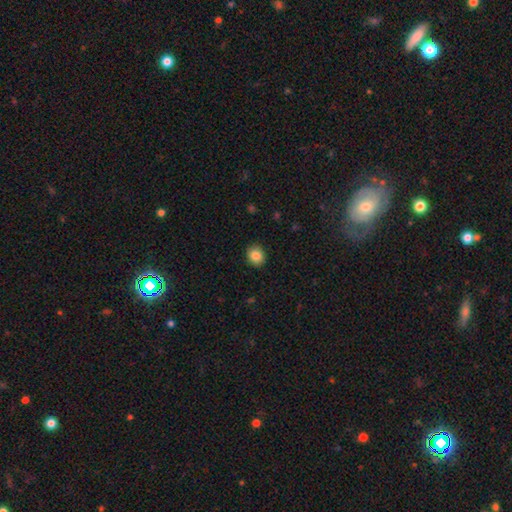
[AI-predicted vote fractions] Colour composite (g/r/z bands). It shows a smooth galaxy with no disk features (85%) that is round (67%). Merging: none (90%).